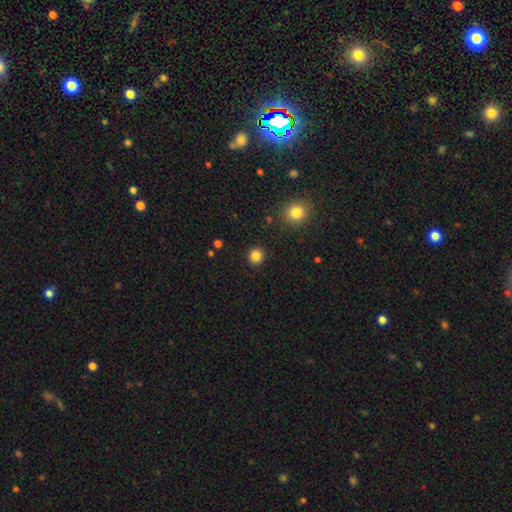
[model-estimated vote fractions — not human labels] The model was most divided on "smooth or featured": smooth: 85%, star or artifact: 11%, featured or disk: 4%. More confident: merging — none (91%); how rounded — round (91%).